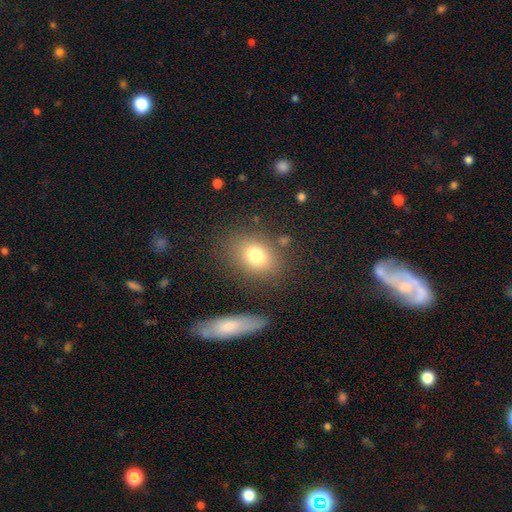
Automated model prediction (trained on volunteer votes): Smooth or featured: smooth — 77% (featured or disk — 12%)
How rounded: in between — 64% (round — 35%)
Merging: none — 78% (minor disturbance — 12%)